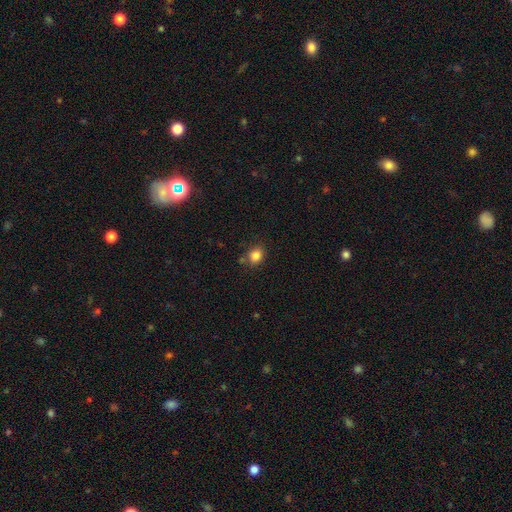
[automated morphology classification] Smooth or featured? Predicted: smooth (p=0.84). How rounded? Predicted: round (p=0.57). Merging? Predicted: none (p=0.77).